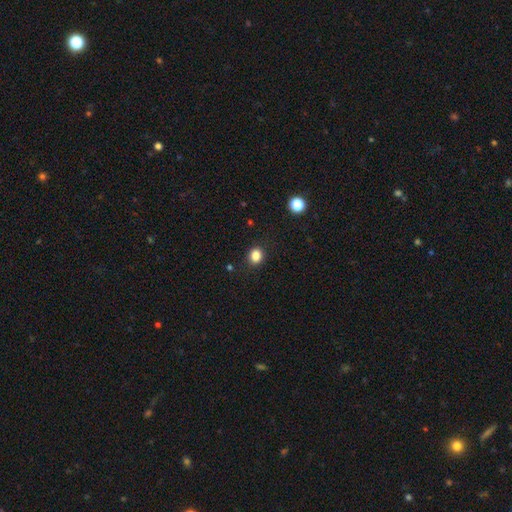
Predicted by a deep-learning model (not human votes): smooth_or_featured: smooth (p=0.85) [alt: star or artifact p=0.11]
how_rounded: round (p=0.68) [alt: in between p=0.31]
merging: none (p=0.89) [alt: minor disturbance p=0.08]